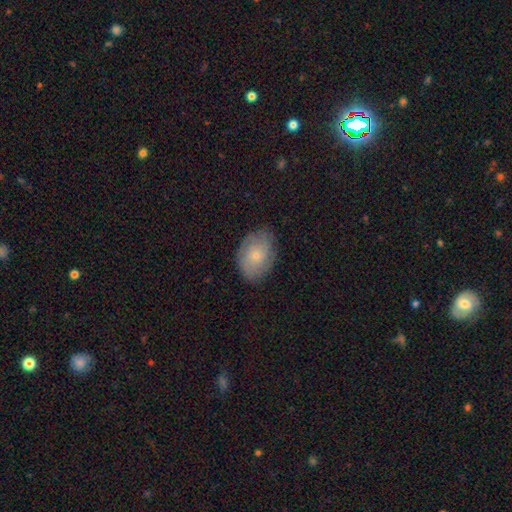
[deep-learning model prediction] This is possibly a smooth galaxy (56%). How rounded: likely in between (77%). Merging: likely none (77%).